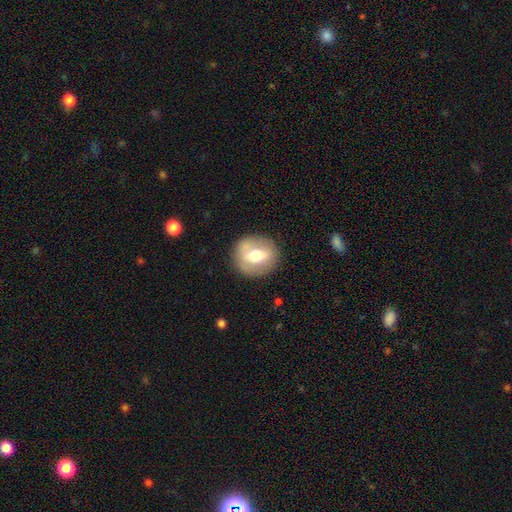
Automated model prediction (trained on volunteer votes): This is possibly a smooth galaxy (49%). Merging: clearly none (83%).